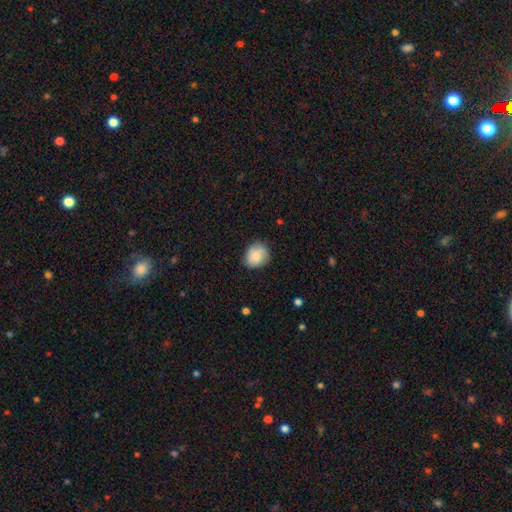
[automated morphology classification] This appears to be a smooth galaxy with no disk features (82%) that is round (67%). Merging: none (74%).